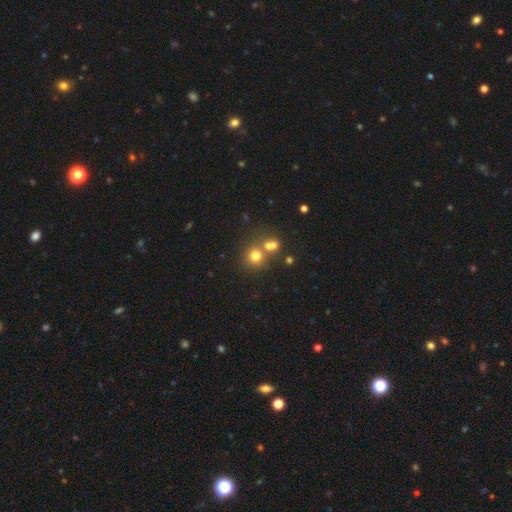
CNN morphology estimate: This is likely a smooth galaxy (74%). How rounded: clearly round (87%). Merging: possibly none (54%).